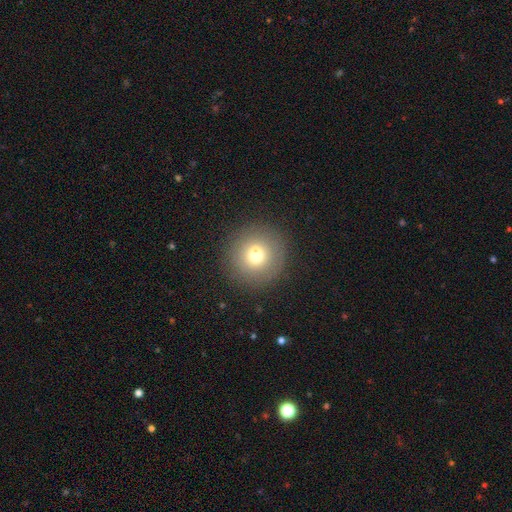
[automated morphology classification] This is likely a smooth galaxy (66%). How rounded: clearly round (94%). Merging: likely none (72%).